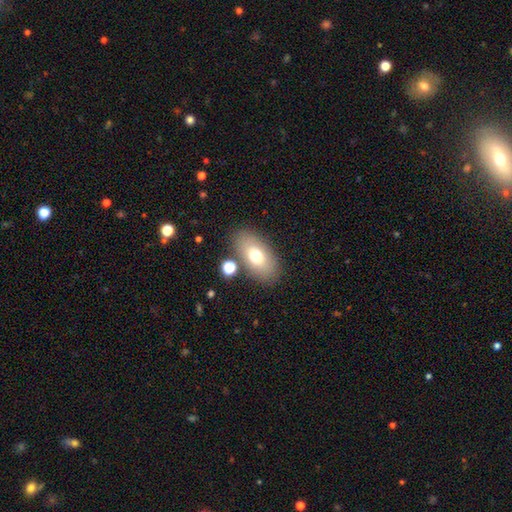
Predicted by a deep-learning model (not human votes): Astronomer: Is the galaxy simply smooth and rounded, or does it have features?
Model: smooth — 70%.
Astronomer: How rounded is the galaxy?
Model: in between — 91%.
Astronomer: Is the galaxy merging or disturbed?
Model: none — 80%.